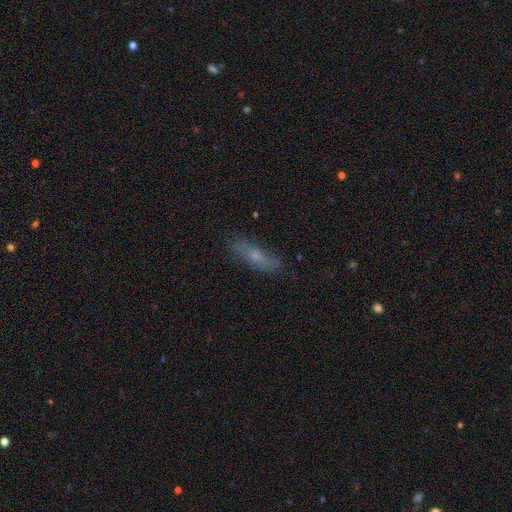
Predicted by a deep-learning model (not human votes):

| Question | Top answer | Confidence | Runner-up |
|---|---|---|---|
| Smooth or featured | smooth | 51% | featured or disk (38%) |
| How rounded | cigar-shaped | 59% | in between (38%) |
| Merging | none | 76% | minor disturbance (18%) |